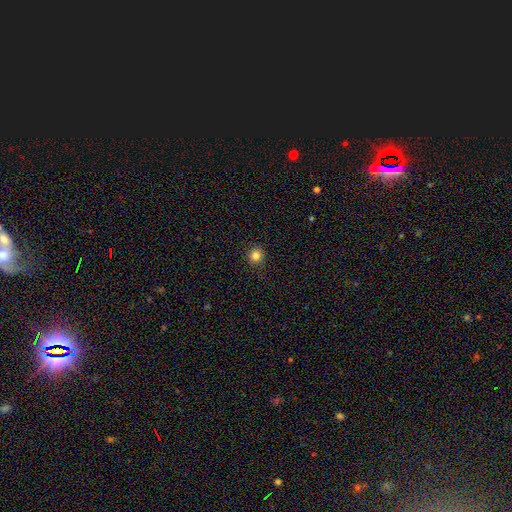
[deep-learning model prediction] Q: Smooth or featured?
A: smooth (83%); runner-up: star or artifact (12%)
Q: How rounded?
A: round (92%); runner-up: in between (7%)
Q: Merging?
A: none (91%); runner-up: minor disturbance (6%)